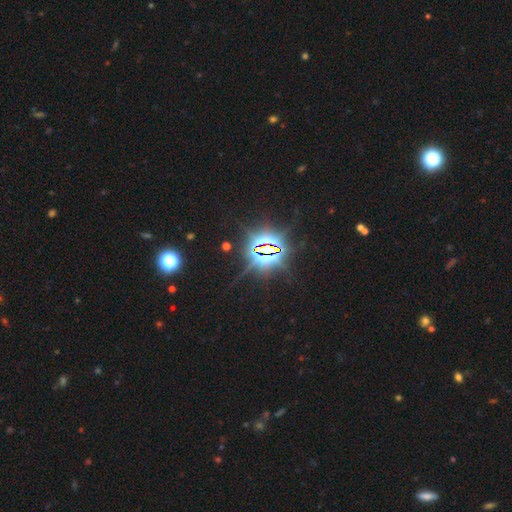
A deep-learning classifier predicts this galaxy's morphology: Smooth or featured?
  - star or artifact: 84% *
  - featured or disk: 8%
  - smooth: 8%